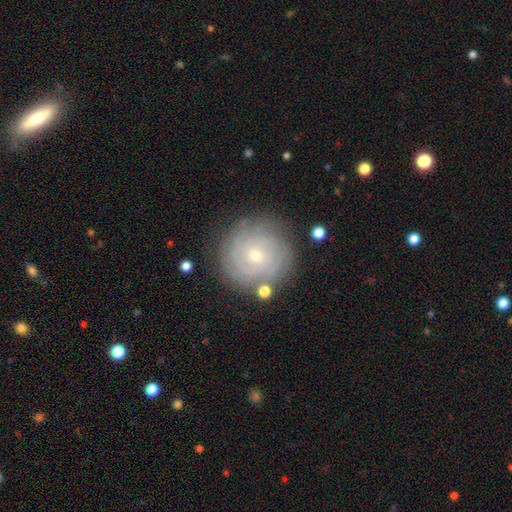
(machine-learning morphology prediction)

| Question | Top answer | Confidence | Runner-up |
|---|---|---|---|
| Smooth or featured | featured or disk | 65% | smooth (27%) |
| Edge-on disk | no | 97% | yes (3%) |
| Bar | no | 74% | weak (22%) |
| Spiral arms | yes | 86% | no (14%) |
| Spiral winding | tight | 81% | medium (15%) |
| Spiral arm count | can't tell | 49% | 2 (15%) |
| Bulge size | small | 63% | moderate (34%) |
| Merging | none | 82% | minor disturbance (12%) |